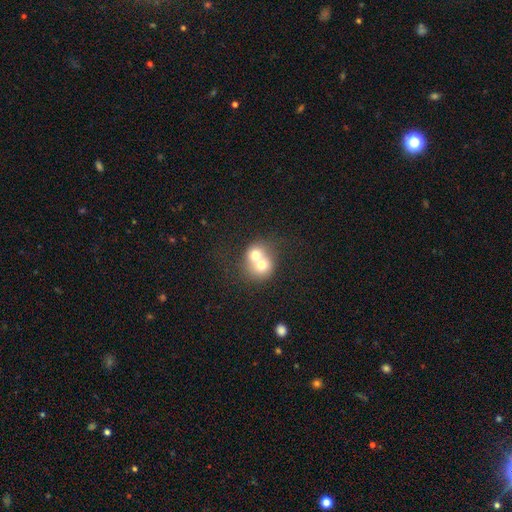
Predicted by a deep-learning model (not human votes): This is likely a smooth galaxy (66%). How rounded: likely round (74%). Merging: likely merger (75%).